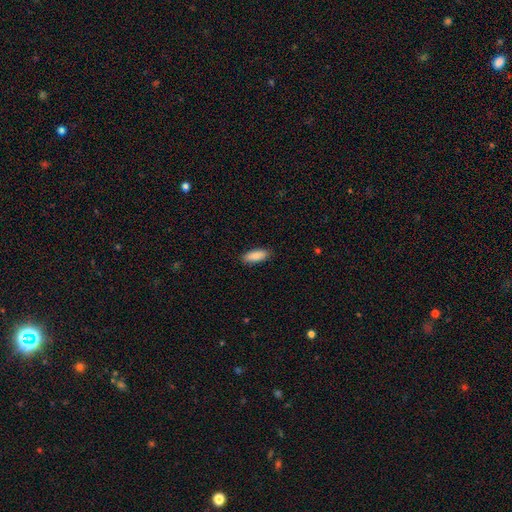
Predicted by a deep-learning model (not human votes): This is clearly a smooth galaxy (90%). How rounded: likely in between (75%). Merging: clearly none (89%).